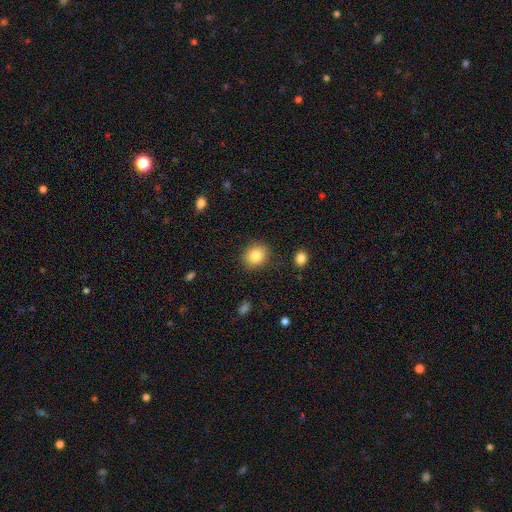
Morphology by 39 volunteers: Smooth or featured? 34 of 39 (87%) said smooth. How rounded? 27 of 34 (79%) said round. Merging? 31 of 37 (84%) said none.